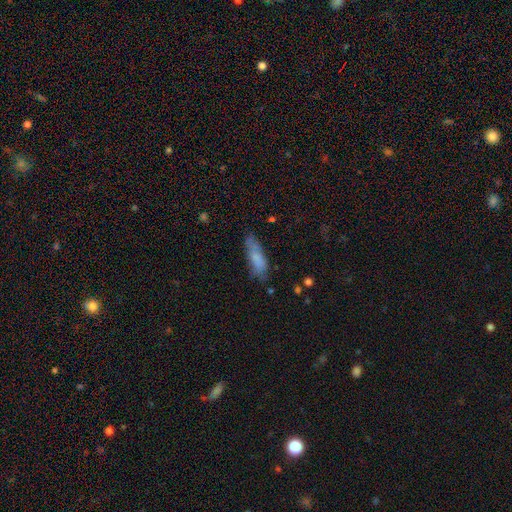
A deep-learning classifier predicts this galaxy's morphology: A smooth galaxy with no disk features (73%) that is cigar-shaped (53%).

Vote fractions:
- Smooth or featured? smooth: 73% / featured or disk: 19% / star or artifact: 8%
- How rounded? cigar-shaped: 53% / in between: 45% / round: 2%
- Merging? none: 63% / minor disturbance: 26% / major disturbance: 8% / merger: 3%